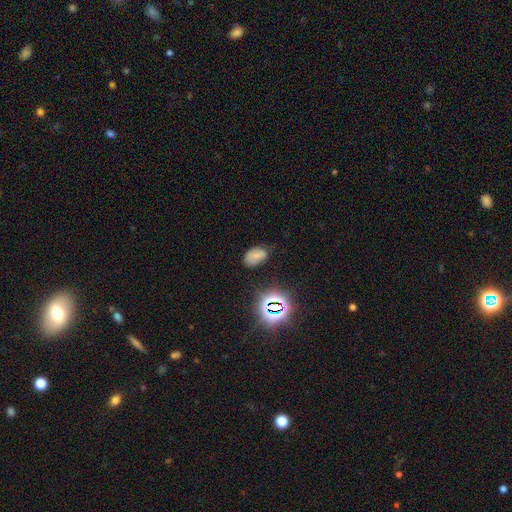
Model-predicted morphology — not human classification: A smooth galaxy with no disk features (63%) that is in between round and cigar-shaped (88%).

Vote fractions:
- Smooth or featured? smooth: 63% / star or artifact: 24% / featured or disk: 13%
- How rounded? in between: 88% / round: 10% / cigar-shaped: 1%
- Merging? none: 60% / minor disturbance: 27% / major disturbance: 9% / merger: 4%